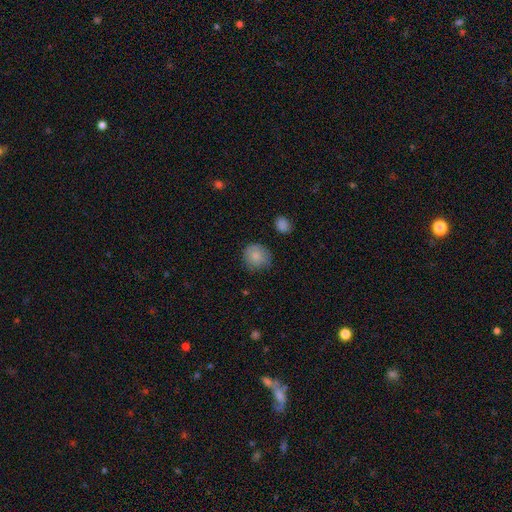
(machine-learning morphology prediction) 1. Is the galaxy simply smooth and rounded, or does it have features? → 84% smooth, 8% featured or disk, 8% star or artifact.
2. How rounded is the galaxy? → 87% round, 12% in between, 1% cigar-shaped.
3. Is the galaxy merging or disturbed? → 77% none, 17% minor disturbance, 4% major disturbance, 2% merger.